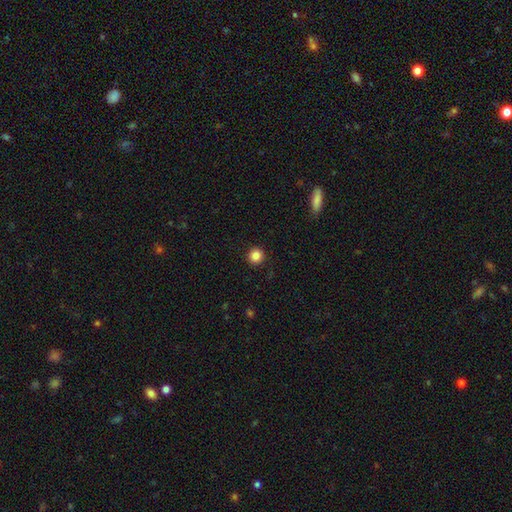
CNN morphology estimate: Smooth or featured? Predicted: smooth (p=0.85). How rounded? Predicted: round (p=0.94). Merging? Predicted: none (p=0.93).